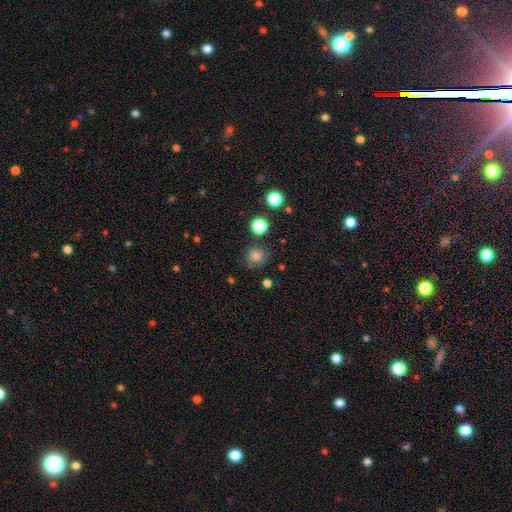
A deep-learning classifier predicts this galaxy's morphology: A smooth galaxy with no disk features (80%) that is round (89%).

Vote fractions:
- Smooth or featured? smooth: 80% / star or artifact: 14% / featured or disk: 6%
- How rounded? round: 89% / in between: 10% / cigar-shaped: 1%
- Merging? none: 79% / minor disturbance: 13% / merger: 4% / major disturbance: 4%